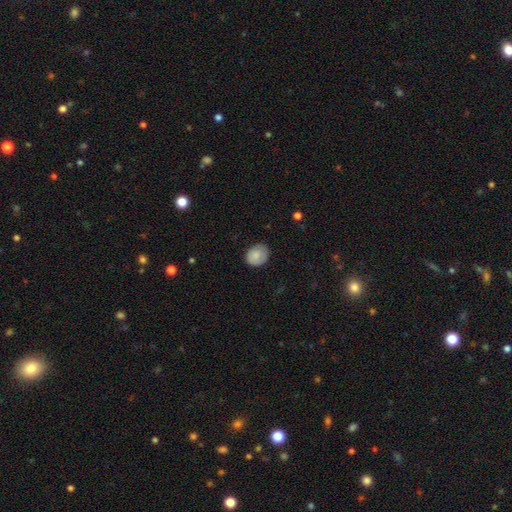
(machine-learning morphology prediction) Overall: smooth (82%). How rounded: round (54%; in between 45%). Merging: none (72%).